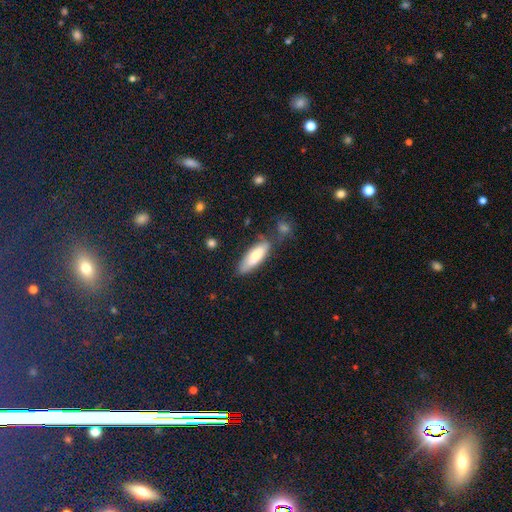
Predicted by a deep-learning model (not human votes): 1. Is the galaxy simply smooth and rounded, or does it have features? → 70% smooth, 24% featured or disk, 6% star or artifact.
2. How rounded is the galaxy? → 60% in between, 38% cigar-shaped, 2% round.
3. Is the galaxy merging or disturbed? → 67% none, 20% minor disturbance, 8% merger, 5% major disturbance.